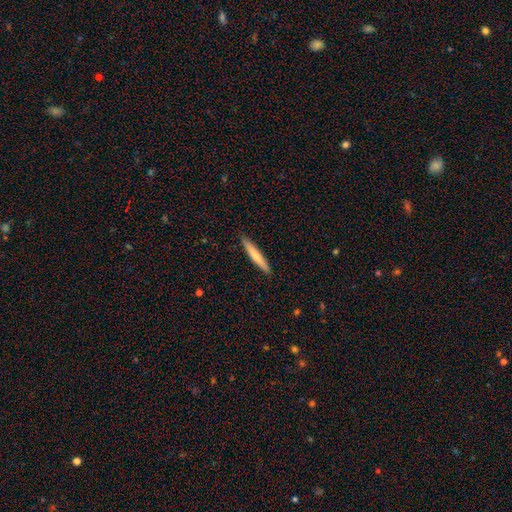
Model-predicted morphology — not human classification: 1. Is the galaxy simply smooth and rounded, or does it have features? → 65% smooth, 29% featured or disk, 5% star or artifact.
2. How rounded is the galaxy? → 95% cigar-shaped, 4% in between, 1% round.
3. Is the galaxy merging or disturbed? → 91% none, 6% minor disturbance, 1% major disturbance, 1% merger.